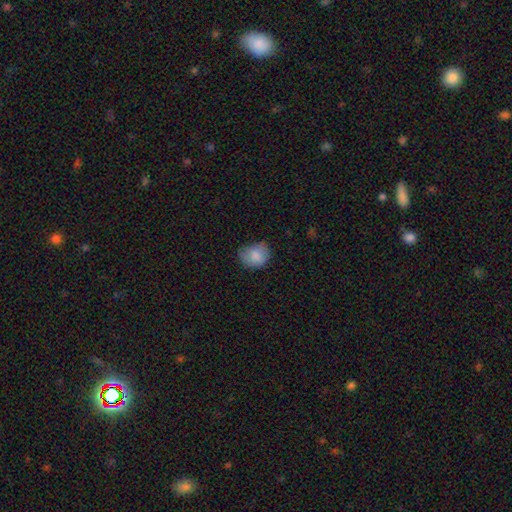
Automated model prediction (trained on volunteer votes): A smooth galaxy with no disk features (84%) that is round (54%).

Vote fractions:
- Smooth or featured? smooth: 84% / featured or disk: 8% / star or artifact: 8%
- How rounded? round: 54% / in between: 45% / cigar-shaped: 1%
- Merging? none: 61% / minor disturbance: 31% / major disturbance: 7% / merger: 1%